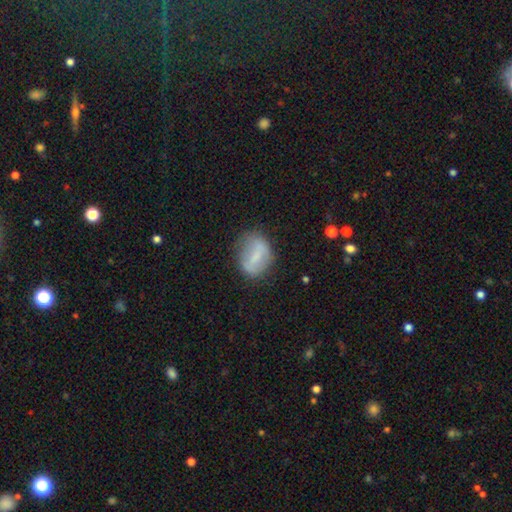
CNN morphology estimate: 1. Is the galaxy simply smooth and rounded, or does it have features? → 53% smooth, 38% featured or disk, 8% star or artifact.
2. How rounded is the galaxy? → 65% in between, 32% round, 3% cigar-shaped.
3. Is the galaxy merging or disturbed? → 68% none, 21% minor disturbance, 8% major disturbance, 2% merger.